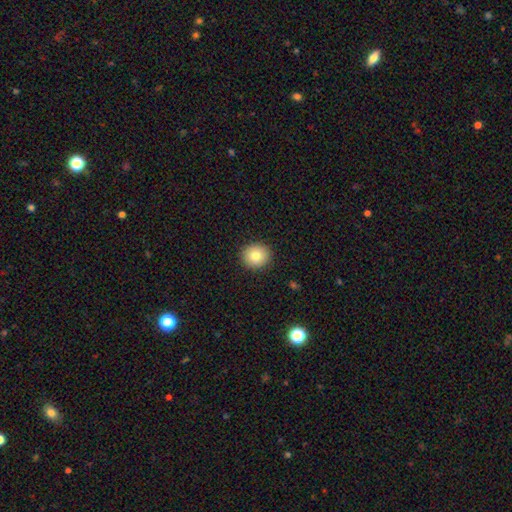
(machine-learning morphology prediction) type=smooth (80%); roundness=round (89%); merging=none (92%).